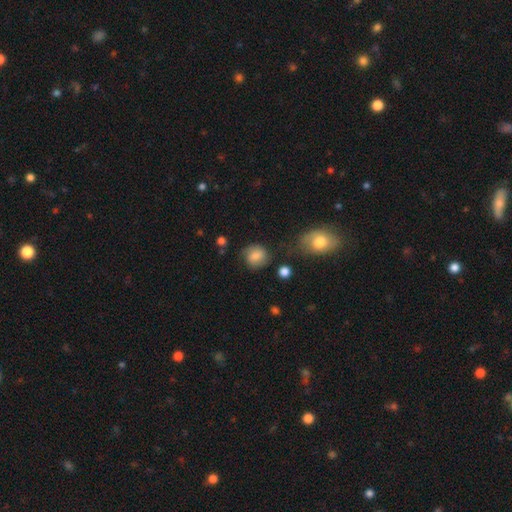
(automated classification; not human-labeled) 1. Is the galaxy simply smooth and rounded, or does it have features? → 71% smooth, 20% featured or disk, 9% star or artifact.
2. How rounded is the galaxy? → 77% round, 22% in between, 1% cigar-shaped.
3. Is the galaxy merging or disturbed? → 72% none, 17% minor disturbance, 6% major disturbance, 4% merger.